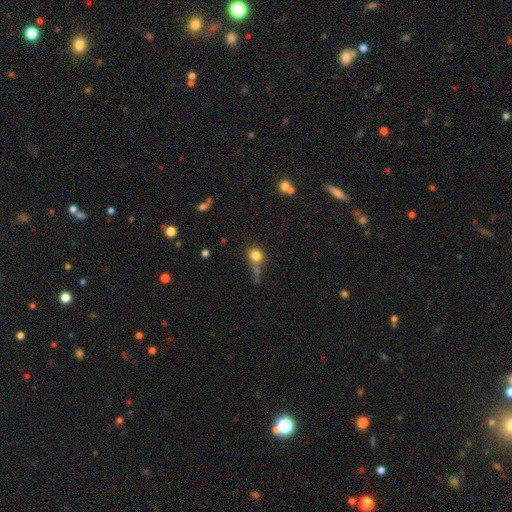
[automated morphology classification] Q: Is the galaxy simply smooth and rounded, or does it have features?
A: smooth — 78%.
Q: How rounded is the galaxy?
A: round — 77%.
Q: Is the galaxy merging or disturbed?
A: none — 46%.